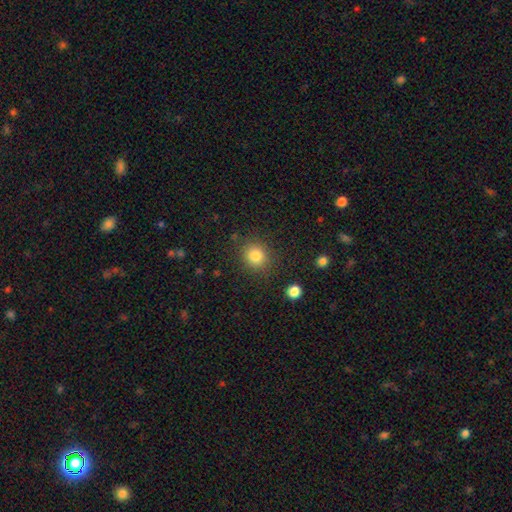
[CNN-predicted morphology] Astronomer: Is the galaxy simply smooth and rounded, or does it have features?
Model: smooth — 82%.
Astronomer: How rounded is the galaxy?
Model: round — 81%.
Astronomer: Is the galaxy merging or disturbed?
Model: none — 86%.